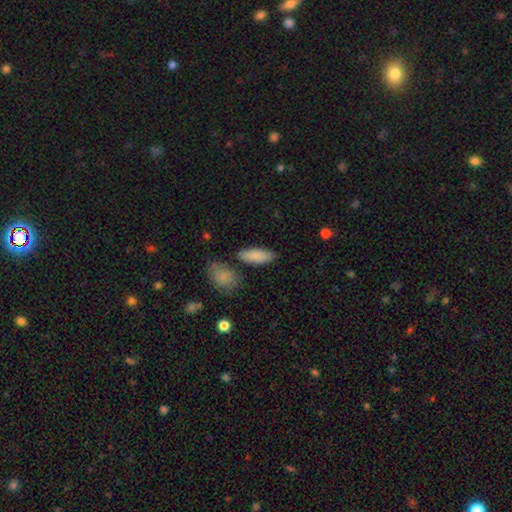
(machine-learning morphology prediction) This is clearly a smooth galaxy (86%). How rounded: likely in between (74%). Merging: likely none (77%).